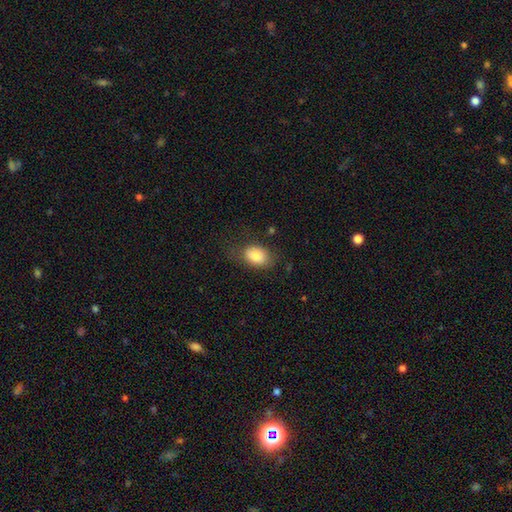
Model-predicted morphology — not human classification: The model was most divided on "merging": none: 68%, minor disturbance: 21%, major disturbance: 9%, merger: 2%. More confident: smooth or featured — smooth (82%); how rounded — in between (79%).